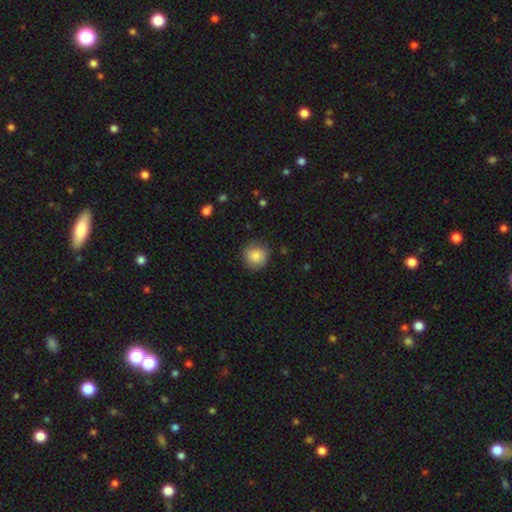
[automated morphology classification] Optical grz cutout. It shows a smooth galaxy with no disk features (85%) that is round (92%). Merging: none (84%).